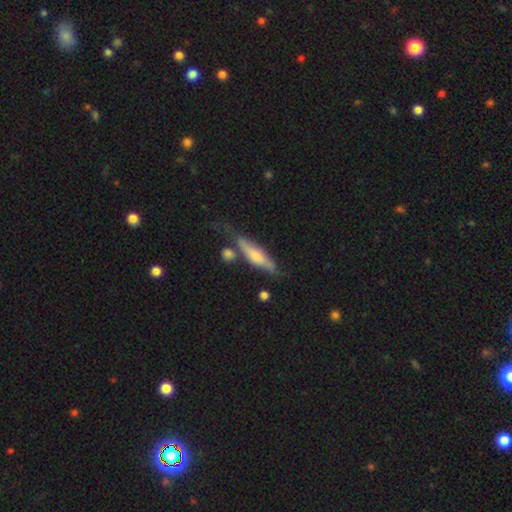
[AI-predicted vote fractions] smooth-or-featured: featured or disk: 50% | smooth: 44% | star or artifact: 6%
  merging: none: 54% | minor disturbance: 23% | merger: 13% | major disturbance: 11%